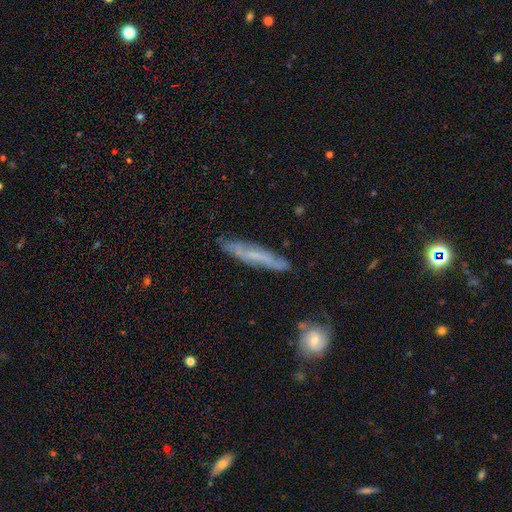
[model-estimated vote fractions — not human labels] Smooth or featured: featured or disk — 53% (smooth — 39%)
Edge-on disk: yes — 63% (no — 37%)
Merging: none — 78% (minor disturbance — 16%)